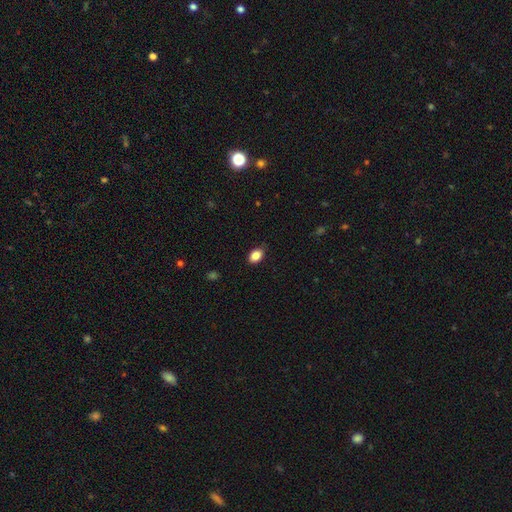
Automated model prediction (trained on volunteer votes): The model was most divided on "merging": none: 83%, minor disturbance: 13%, major disturbance: 2%, merger: 1%. More confident: smooth or featured — smooth (87%); how rounded — in between (85%).